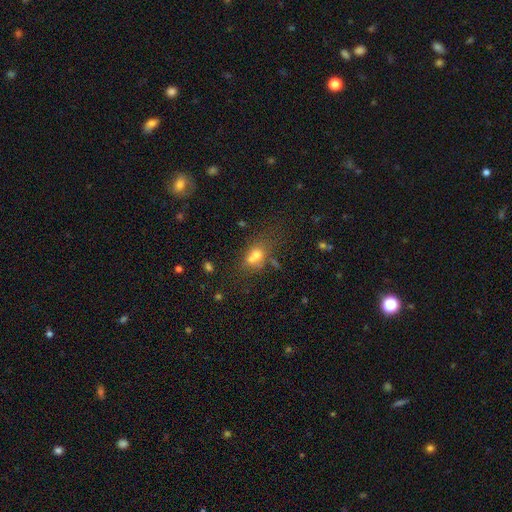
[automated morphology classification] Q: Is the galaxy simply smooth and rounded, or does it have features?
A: smooth — 62%.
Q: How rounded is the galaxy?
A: round — 53%.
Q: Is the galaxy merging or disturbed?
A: merger — 48%.